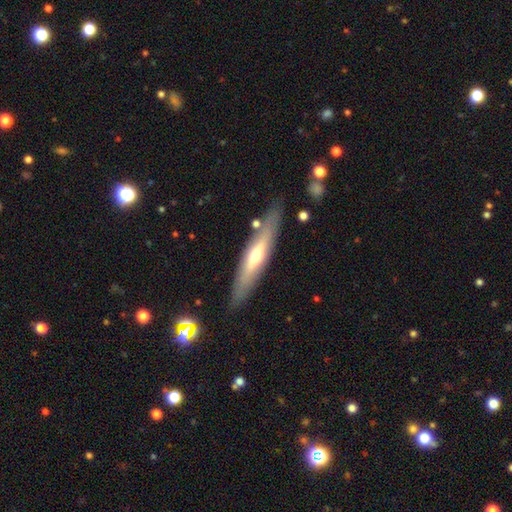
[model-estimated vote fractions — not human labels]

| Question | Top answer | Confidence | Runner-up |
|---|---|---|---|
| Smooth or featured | featured or disk | 56% | smooth (38%) |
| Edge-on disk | yes | 82% | no (18%) |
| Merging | none | 84% | minor disturbance (10%) |